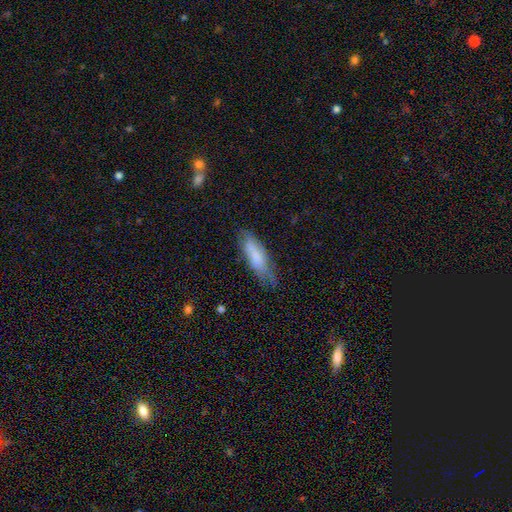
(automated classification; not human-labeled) Q: Smooth or featured?
A: smooth (66%); runner-up: featured or disk (27%)
Q: How rounded?
A: cigar-shaped (54%); runner-up: in between (44%)
Q: Merging?
A: none (62%); runner-up: minor disturbance (27%)